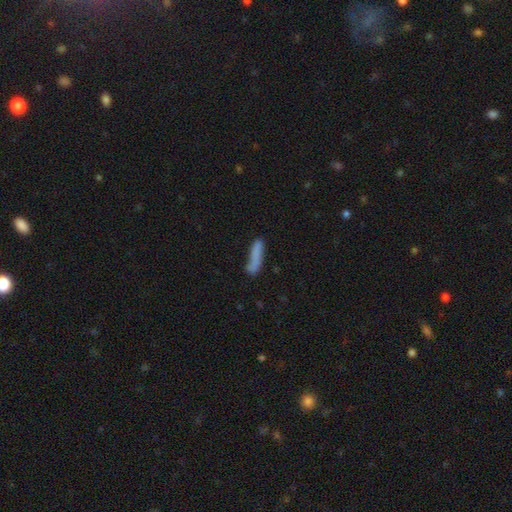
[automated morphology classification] This appears to be a smooth galaxy with no disk features (76%) that is cigar-shaped (82%). Merging: none (62%).